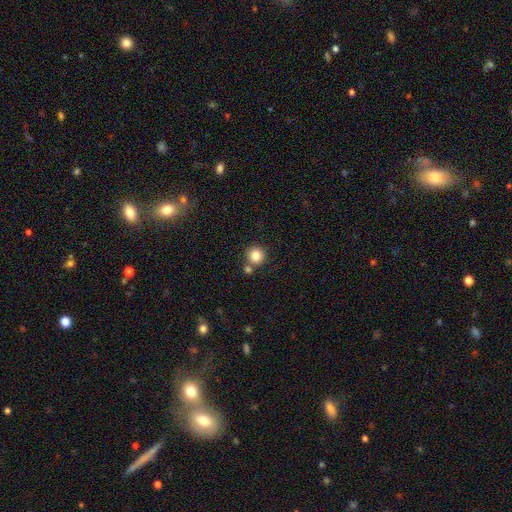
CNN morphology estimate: A smooth galaxy with no disk features (83%) that is round (93%).

Vote fractions:
- Smooth or featured? smooth: 83% / star or artifact: 10% / featured or disk: 6%
- How rounded? round: 93% / in between: 6% / cigar-shaped: 1%
- Merging? none: 71% / merger: 19% / minor disturbance: 8% / major disturbance: 2%